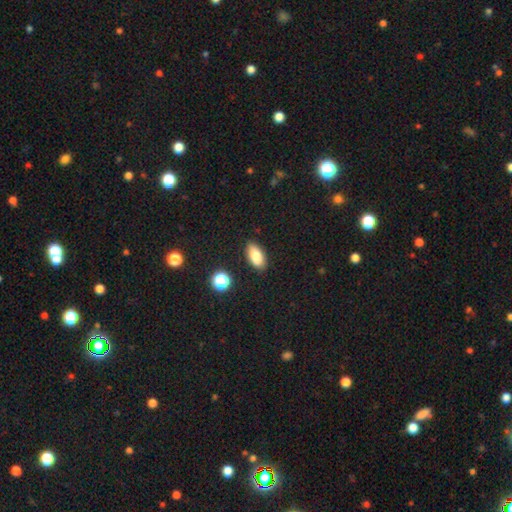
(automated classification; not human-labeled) Smooth or featured? Predicted: smooth (p=0.82). How rounded? Predicted: in between (p=0.88). Merging? Predicted: none (p=0.86).